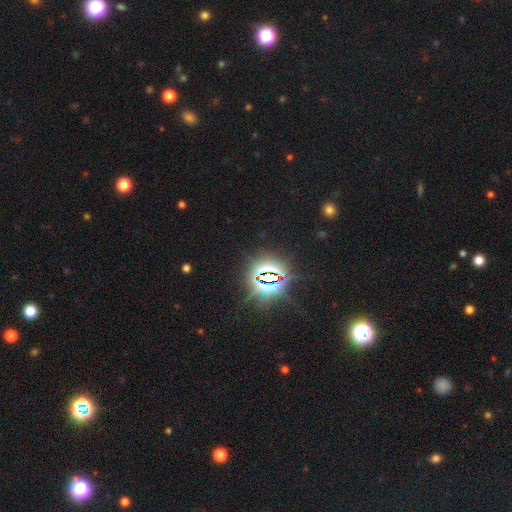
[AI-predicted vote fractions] This is clearly a star or artifact rather than a galaxy (81%).